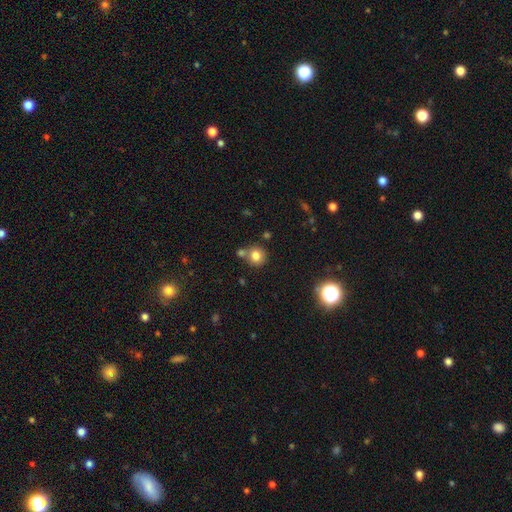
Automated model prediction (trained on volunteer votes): This is likely a smooth galaxy (80%). How rounded: clearly round (88%). Merging: likely none (63%).